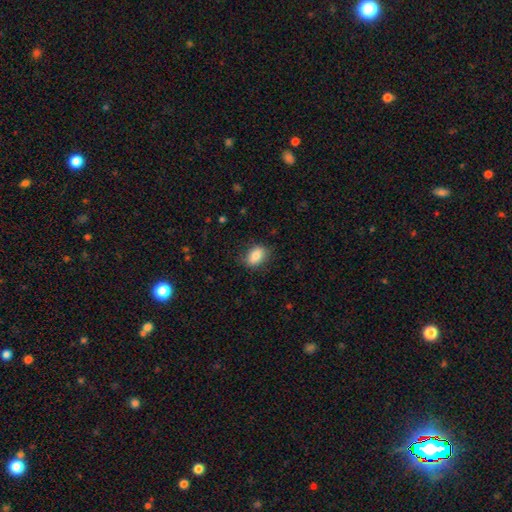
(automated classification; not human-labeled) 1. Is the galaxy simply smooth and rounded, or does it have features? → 82% smooth, 10% featured or disk, 8% star or artifact.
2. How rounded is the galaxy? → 82% in between, 16% round, 2% cigar-shaped.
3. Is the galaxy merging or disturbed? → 79% none, 16% minor disturbance, 4% major disturbance, 1% merger.